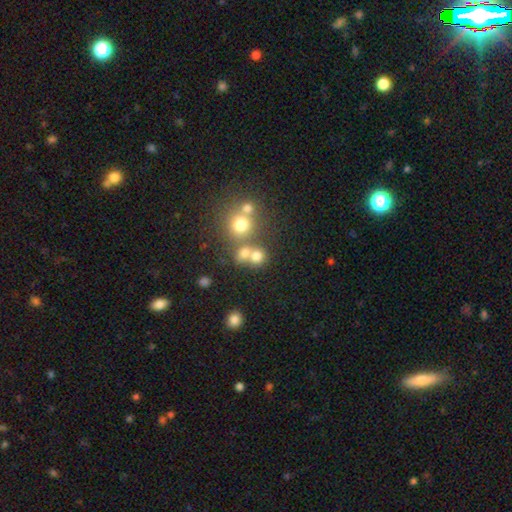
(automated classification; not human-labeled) Q: Smooth or featured?
A: smooth (72%); runner-up: star or artifact (16%)
Q: How rounded?
A: round (81%); runner-up: in between (18%)
Q: Merging?
A: none (50%); runner-up: merger (37%)